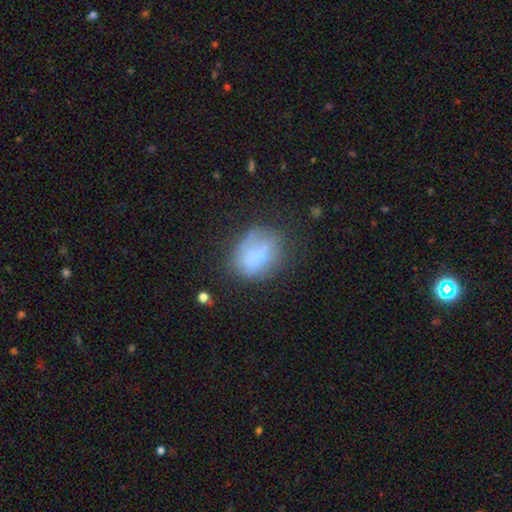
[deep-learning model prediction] Smooth or featured? smooth (58%)
How rounded? in between (50%)
Merging? none (44%)